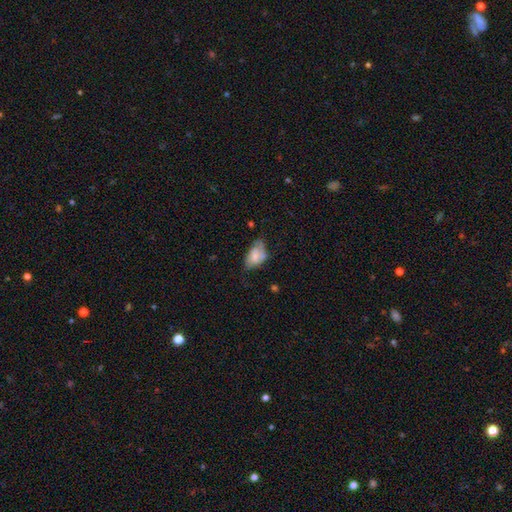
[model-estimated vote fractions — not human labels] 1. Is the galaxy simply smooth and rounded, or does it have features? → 63% smooth, 29% featured or disk, 8% star or artifact.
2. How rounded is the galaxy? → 91% in between, 7% round, 2% cigar-shaped.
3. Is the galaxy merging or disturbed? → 38% minor disturbance, 35% none, 17% major disturbance, 10% merger.